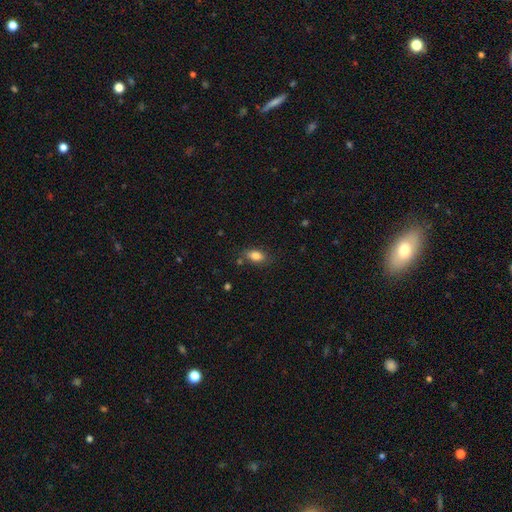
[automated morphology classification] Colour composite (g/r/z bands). It shows a smooth galaxy with no disk features (84%) that is in between round and cigar-shaped (86%). Merging: none (77%).